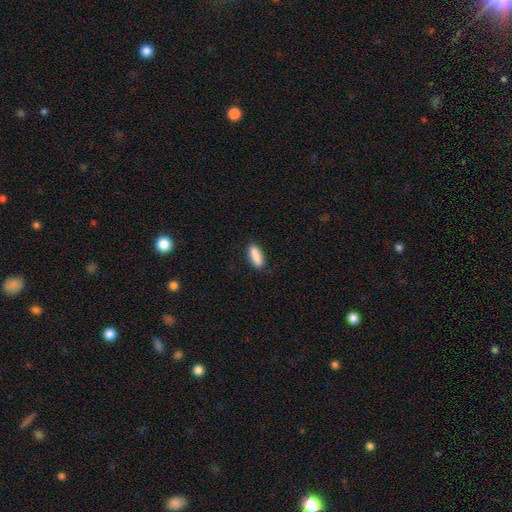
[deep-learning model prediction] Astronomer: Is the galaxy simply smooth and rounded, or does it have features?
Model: smooth — 90%.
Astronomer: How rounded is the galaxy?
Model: in between — 73%.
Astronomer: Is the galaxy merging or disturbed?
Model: none — 87%.